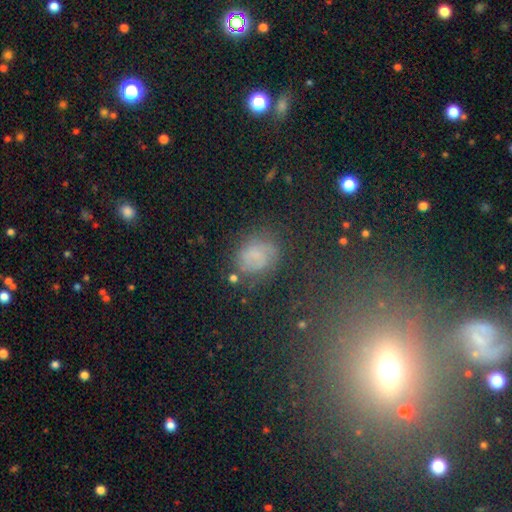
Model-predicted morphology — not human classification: Smooth or featured: smooth — 47% (featured or disk — 34%)
Merging: none — 62% (minor disturbance — 22%)